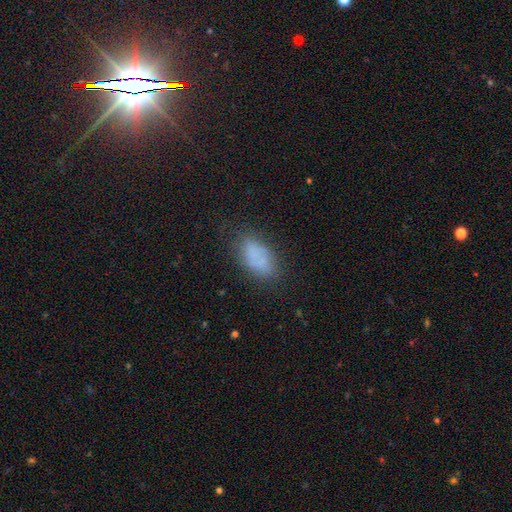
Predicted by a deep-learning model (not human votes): smooth 71%, featured or disk 16%, star or artifact 13%. Down the decision tree: how rounded — in between (90%); merging — none (70%).